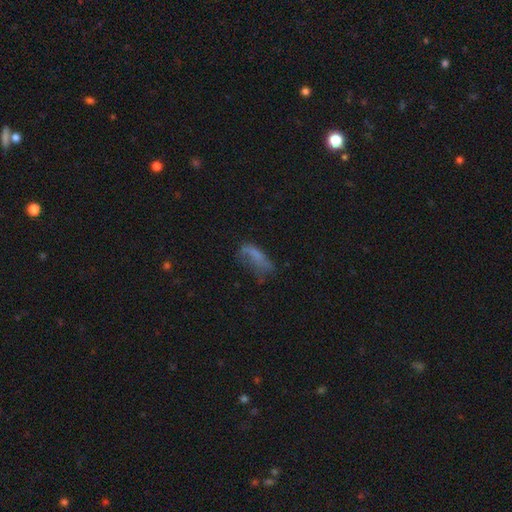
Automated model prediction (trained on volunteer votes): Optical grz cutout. It shows a smooth galaxy with no disk features (54%) that is in between round and cigar-shaped (66%). Merging: major disturbance (34%).